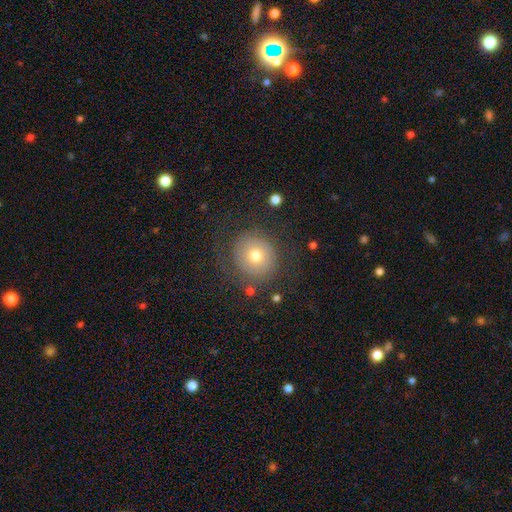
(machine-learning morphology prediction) This is likely a smooth galaxy (60%). How rounded: clearly round (87%). Merging: likely none (73%).